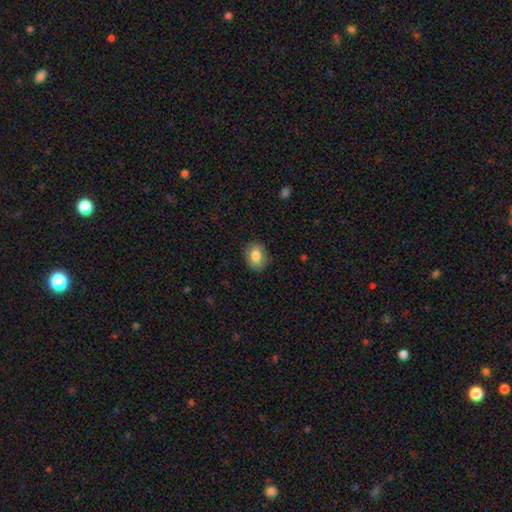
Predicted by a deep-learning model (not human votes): A smooth galaxy with no disk features (81%) that is in between round and cigar-shaped (61%). Merging: none (83%).